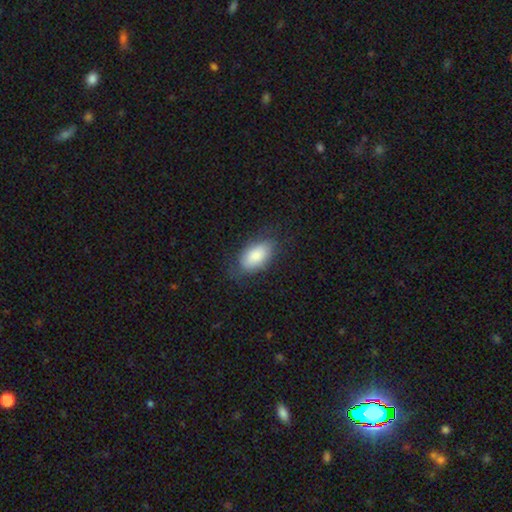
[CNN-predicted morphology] Q: Smooth or featured?
A: smooth (83%); runner-up: featured or disk (11%)
Q: How rounded?
A: in between (93%); runner-up: round (4%)
Q: Merging?
A: none (71%); runner-up: minor disturbance (21%)